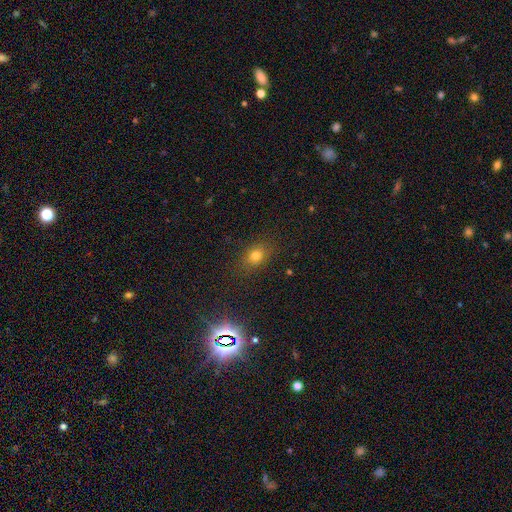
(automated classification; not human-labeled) This is likely a smooth galaxy (75%). How rounded: possibly in between (53%). Merging: clearly none (83%).